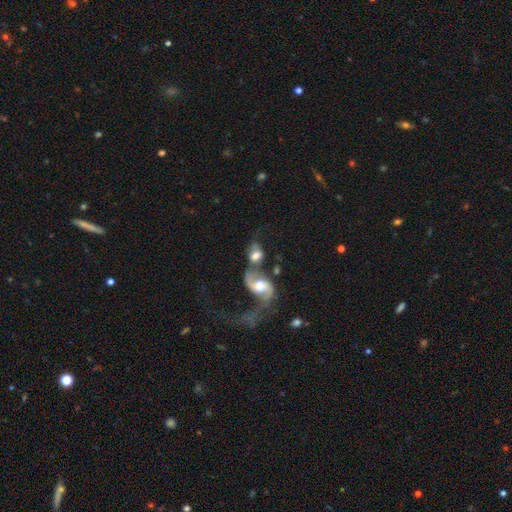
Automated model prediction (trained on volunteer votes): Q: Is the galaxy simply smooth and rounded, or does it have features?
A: featured or disk — 52%.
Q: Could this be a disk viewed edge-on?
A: no — 94%.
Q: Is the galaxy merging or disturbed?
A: merger — 60%.